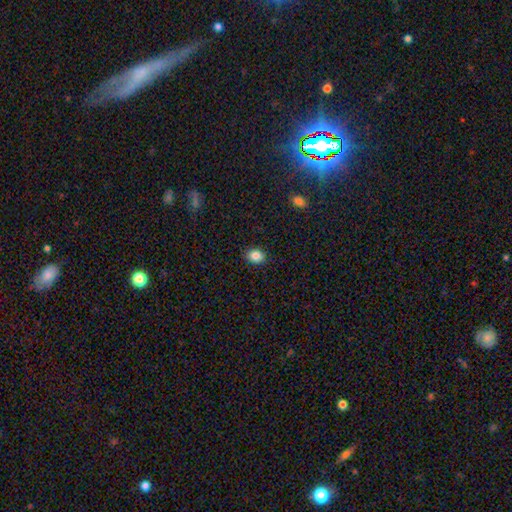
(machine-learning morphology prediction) This appears to be a smooth galaxy with no disk features (85%) that is round (50%). Merging: none (89%).